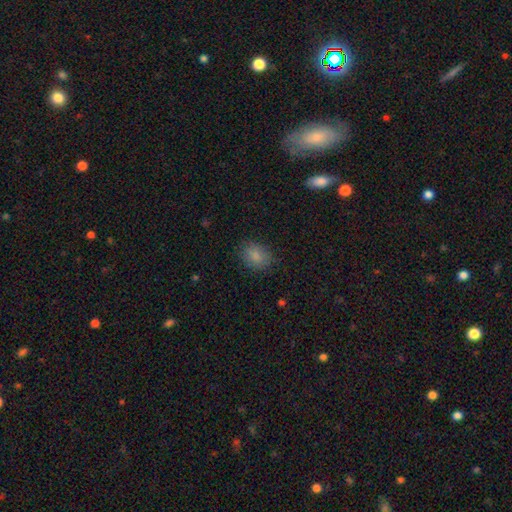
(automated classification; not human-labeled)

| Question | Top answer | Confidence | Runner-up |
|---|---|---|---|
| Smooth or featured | smooth | 86% | star or artifact (9%) |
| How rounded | in between | 59% | round (40%) |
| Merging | none | 83% | minor disturbance (13%) |